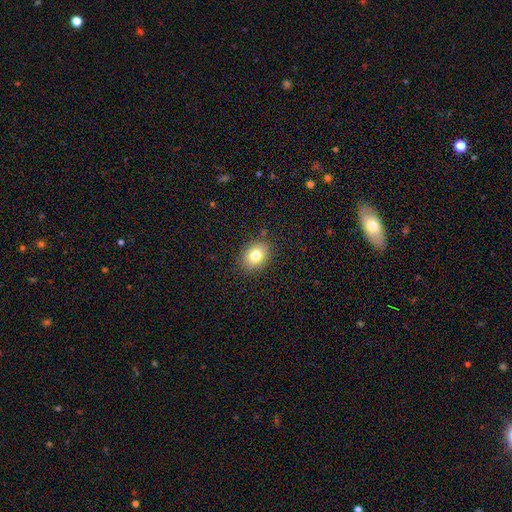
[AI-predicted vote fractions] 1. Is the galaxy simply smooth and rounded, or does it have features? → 79% smooth, 11% featured or disk, 10% star or artifact.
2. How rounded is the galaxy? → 62% in between, 37% round, 1% cigar-shaped.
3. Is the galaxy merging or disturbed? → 86% none, 10% minor disturbance, 3% major disturbance, 1% merger.